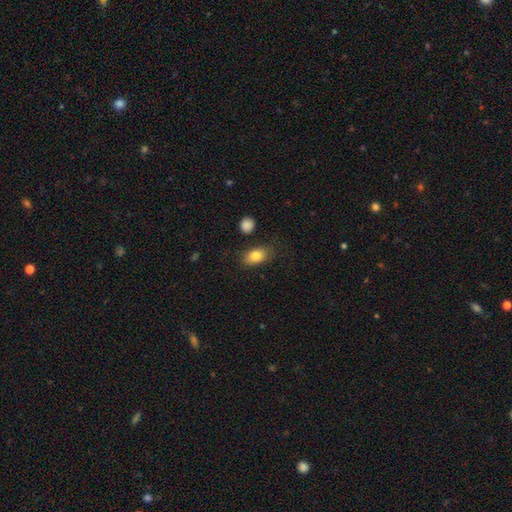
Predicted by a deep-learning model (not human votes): Overall: smooth (83%). How rounded: in between (85%). Merging: none (78%).